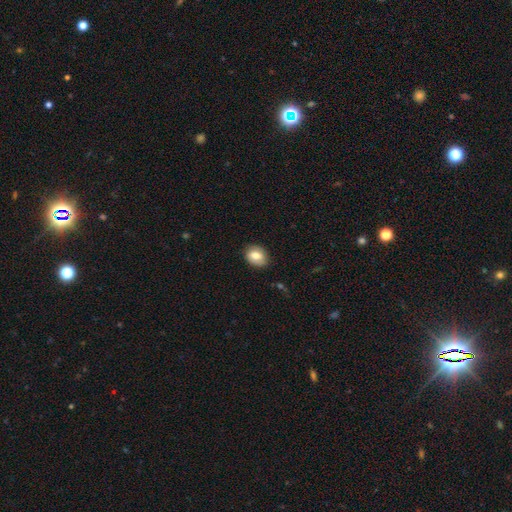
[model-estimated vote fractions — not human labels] smooth-or-featured: smooth: 76% | featured or disk: 16% | star or artifact: 8%
  how-rounded: in between: 56% | round: 43% | cigar-shaped: 1%
  merging: none: 85% | minor disturbance: 12% | major disturbance: 2% | merger: 1%